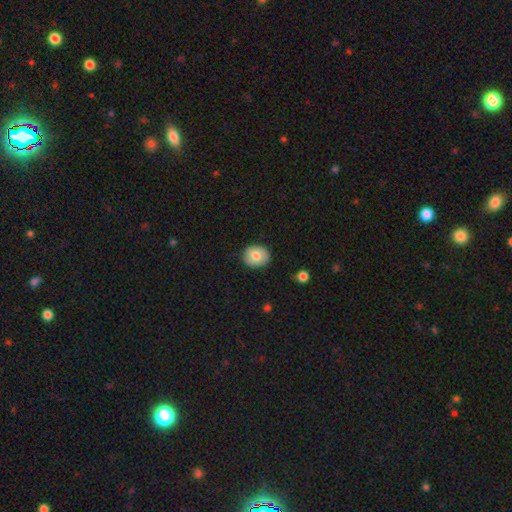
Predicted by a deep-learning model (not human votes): Smooth or featured: smooth — 75% (featured or disk — 17%)
How rounded: round — 63% (in between — 36%)
Merging: none — 83% (minor disturbance — 14%)